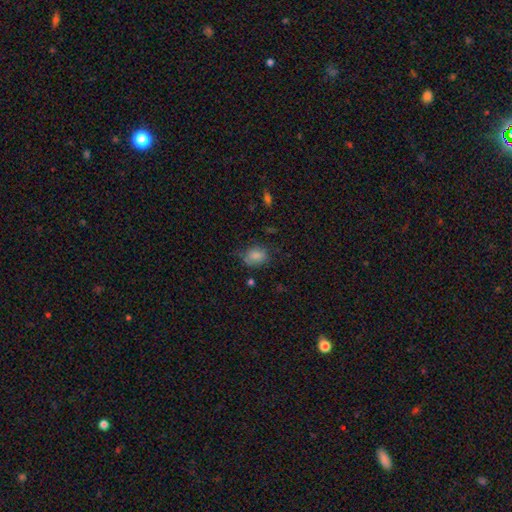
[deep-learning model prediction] Smooth or featured? Predicted: smooth (p=0.80). How rounded? Predicted: in between (p=0.67). Merging? Predicted: none (p=0.59).